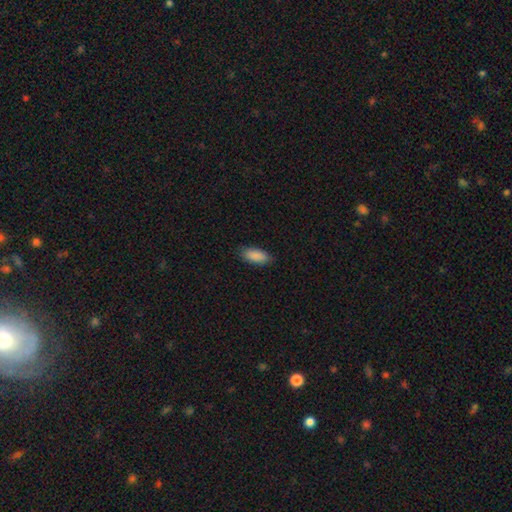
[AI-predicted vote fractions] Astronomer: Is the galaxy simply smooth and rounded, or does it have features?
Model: smooth — 90%.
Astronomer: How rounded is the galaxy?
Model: in between — 85%.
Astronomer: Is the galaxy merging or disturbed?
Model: none — 86%.